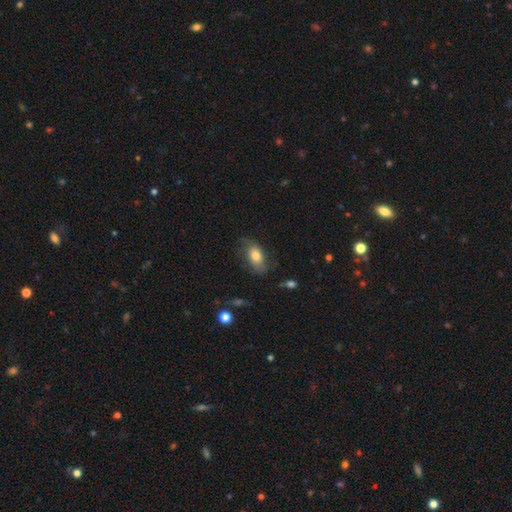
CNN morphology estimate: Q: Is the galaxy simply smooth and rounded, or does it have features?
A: smooth — 62%.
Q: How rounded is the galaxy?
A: in between — 89%.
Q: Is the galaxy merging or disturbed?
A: none — 61%.